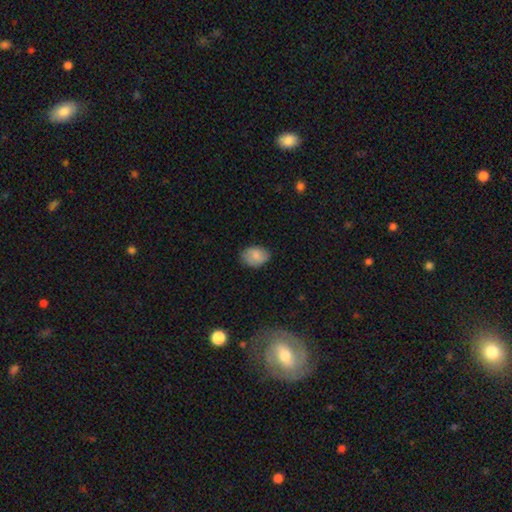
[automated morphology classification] This appears to be a smooth galaxy with no disk features (82%) that is in between round and cigar-shaped (72%). Merging: none (79%).